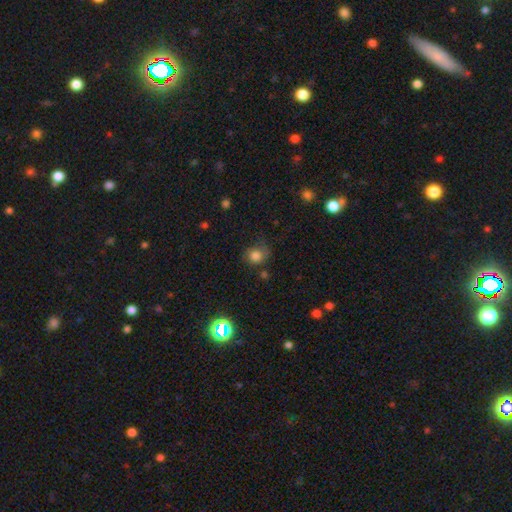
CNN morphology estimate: type=smooth (78%); roundness=round (76%); merging=none (57%).